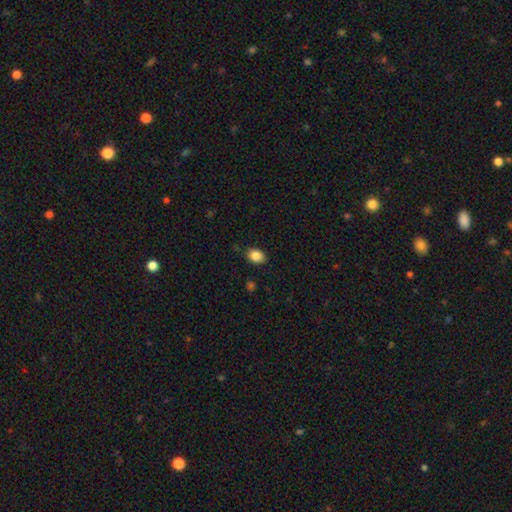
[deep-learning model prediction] Smooth or featured: smooth — 86% (star or artifact — 9%)
How rounded: in between — 75% (round — 24%)
Merging: none — 85% (minor disturbance — 11%)